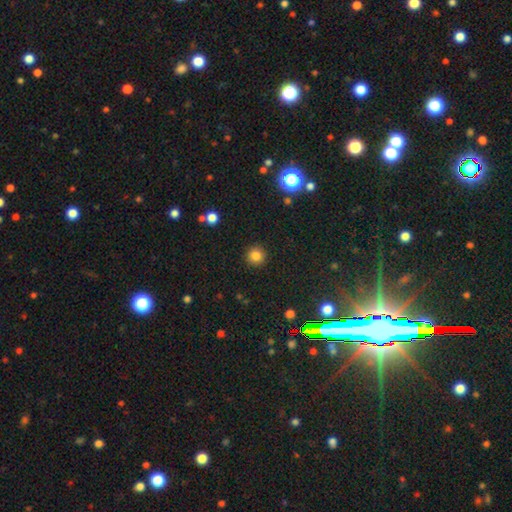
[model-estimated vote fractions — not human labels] Smooth or featured? smooth (83%)
How rounded? round (94%)
Merging? none (92%)